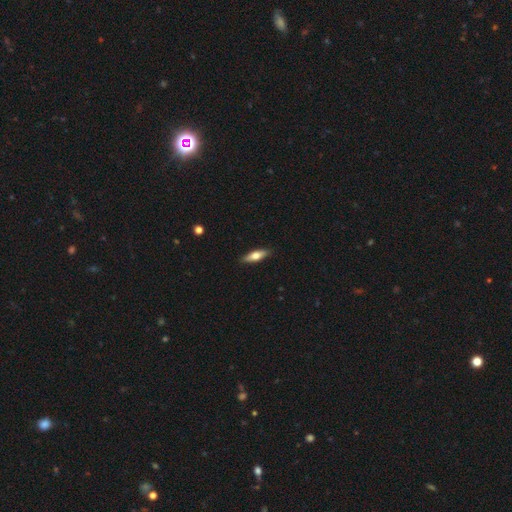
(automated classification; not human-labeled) Smooth or featured?
  - smooth: 62% *
  - featured or disk: 32%
  - star or artifact: 6%
How rounded?
  - cigar-shaped: 53% *
  - in between: 45%
  - round: 2%
Merging?
  - none: 89% *
  - minor disturbance: 8%
  - major disturbance: 2%
  - merger: 1%